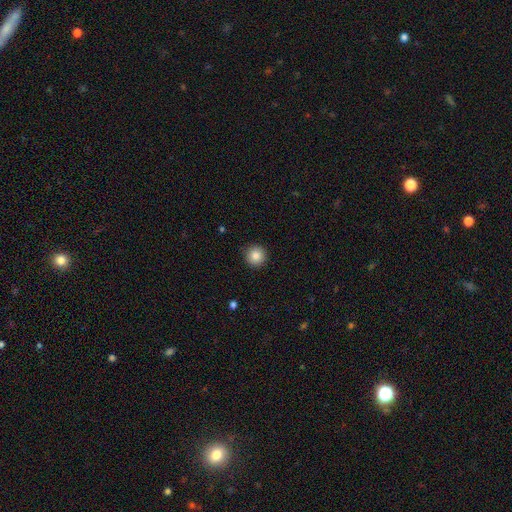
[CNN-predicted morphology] A smooth galaxy with no disk features (86%) that is round (95%). Merging: none (91%).